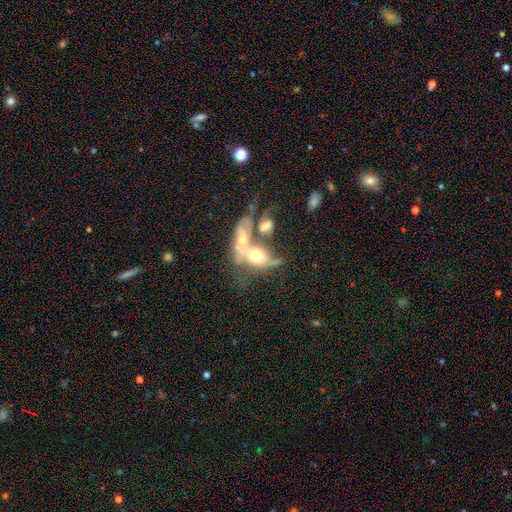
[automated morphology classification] Smooth or featured? featured or disk (50%)
Edge-on disk? no (90%)
Merging? merger (68%)